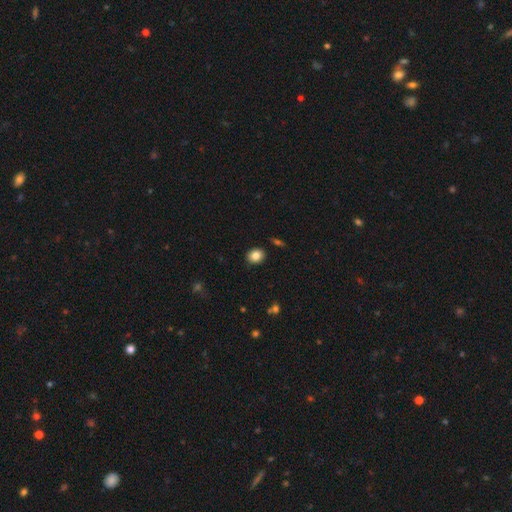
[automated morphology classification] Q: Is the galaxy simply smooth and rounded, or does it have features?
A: smooth — 85%.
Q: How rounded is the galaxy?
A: round — 56%.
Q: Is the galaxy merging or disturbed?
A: none — 90%.